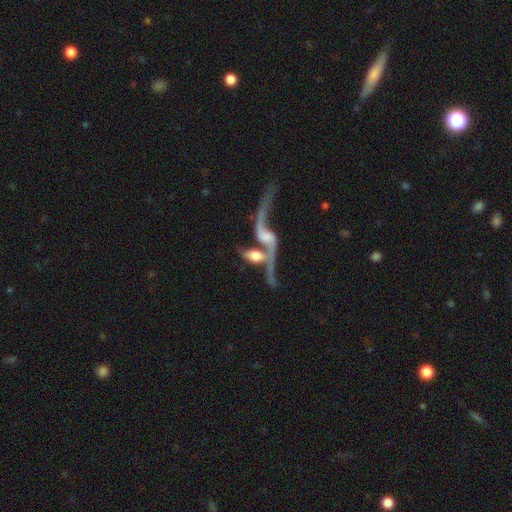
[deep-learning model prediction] Smooth or featured: featured or disk — 67% (smooth — 26%)
Edge-on disk: no — 82% (yes — 18%)
Bar: no — 59% (weak — 30%)
Spiral arms: yes — 75% (no — 25%)
Bulge size: none — 25% (tied with moderate — 25%)
Merging: merger — 65% (none — 16%)